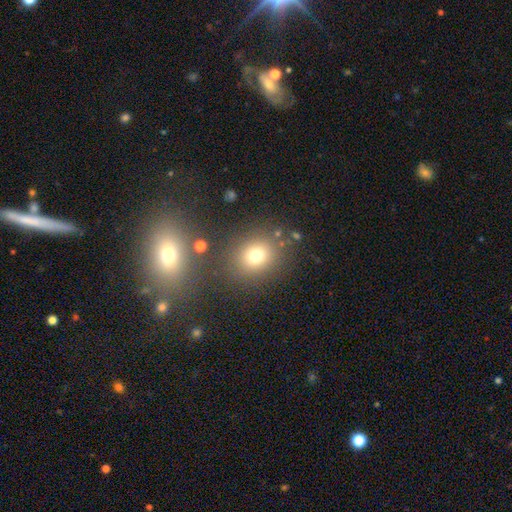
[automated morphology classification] smooth-or-featured: smooth: 74% | star or artifact: 17% | featured or disk: 9%
  how-rounded: round: 74% | in between: 25% | cigar-shaped: 1%
  merging: none: 78% | minor disturbance: 10% | merger: 6% | major disturbance: 6%